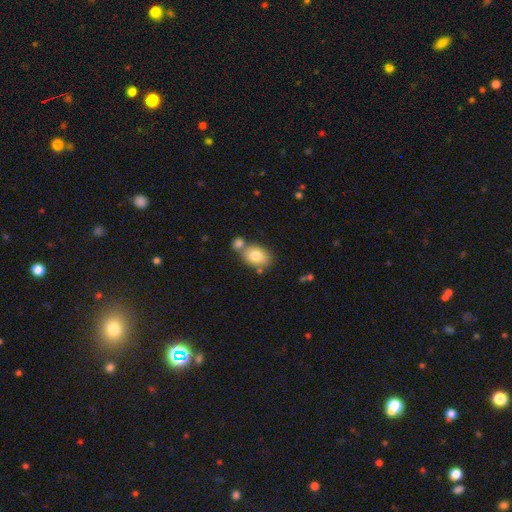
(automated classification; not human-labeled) Smooth or featured?
  - smooth: 79% *
  - featured or disk: 13%
  - star or artifact: 8%
How rounded?
  - in between: 77% *
  - round: 22%
  - cigar-shaped: 1%
Merging?
  - none: 55% *
  - merger: 28%
  - minor disturbance: 13%
  - major disturbance: 4%